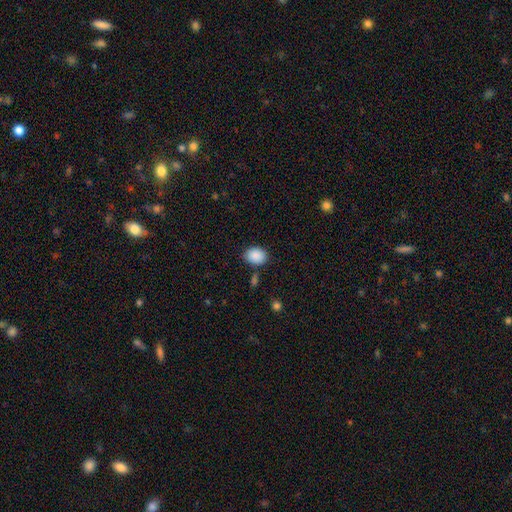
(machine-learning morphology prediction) Smooth or featured? smooth (89%)
How rounded? in between (60%)
Merging? none (81%)